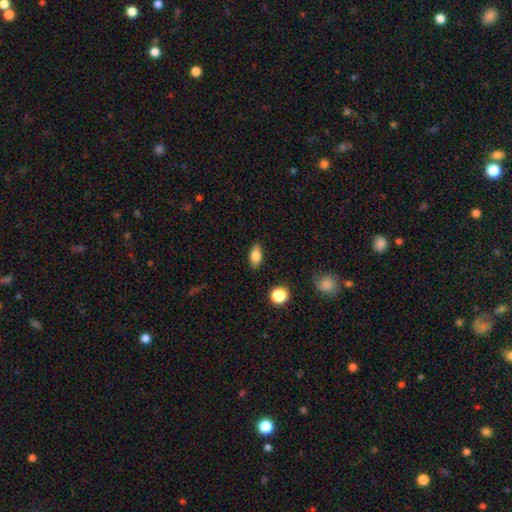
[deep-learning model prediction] Smooth or featured? smooth (80%)
How rounded? in between (86%)
Merging? none (88%)